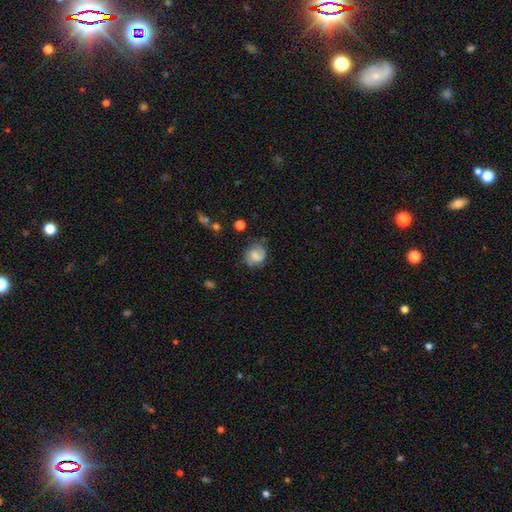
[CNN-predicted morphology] The model was most divided on "smooth or featured": smooth: 49%, featured or disk: 42%, star or artifact: 9%. More confident: merging — none (67%).